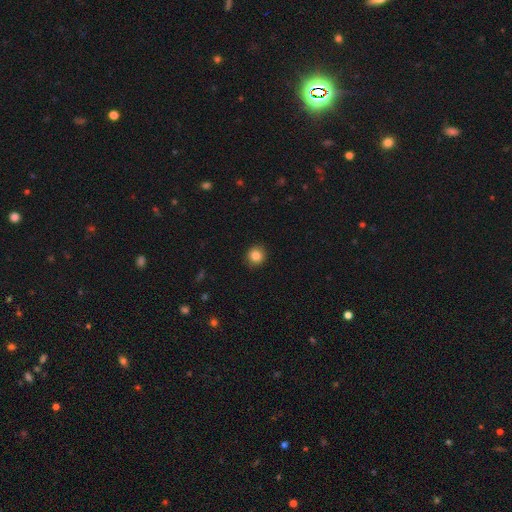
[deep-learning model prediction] The model was most divided on "smooth or featured": smooth: 85%, star or artifact: 10%, featured or disk: 5%. More confident: merging — none (91%); how rounded — round (90%).